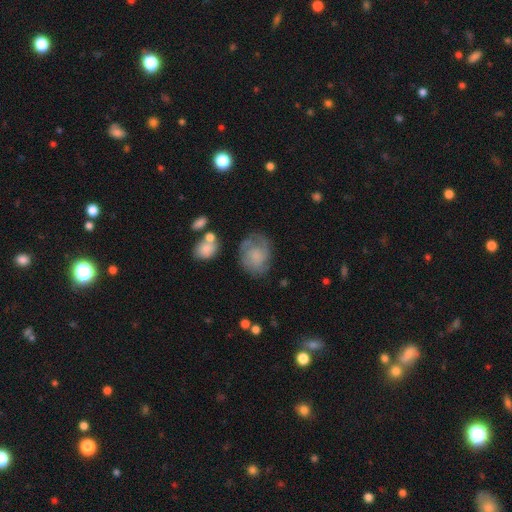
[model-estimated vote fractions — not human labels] Smooth or featured: featured or disk — 53% (smooth — 38%)
Edge-on disk: no — 97% (yes — 3%)
Bar: no — 77% (weak — 20%)
Spiral arms: yes — 80% (no — 20%)
Bulge size: none — 39% (small — 28%)
Merging: none — 60% (minor disturbance — 23%)